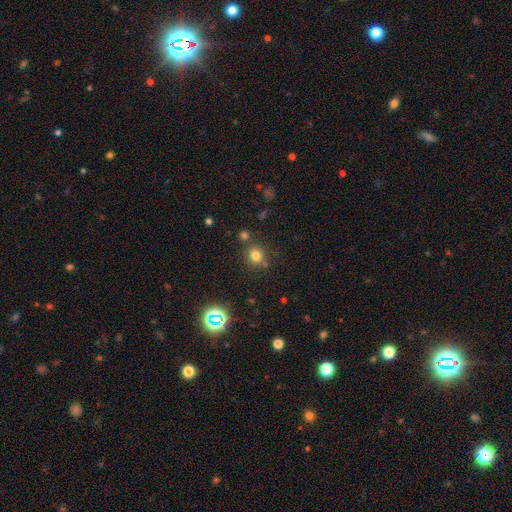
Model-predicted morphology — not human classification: smooth 75%, star or artifact 19%, featured or disk 7%. Down the decision tree: how rounded — round (84%); merging — none (76%).